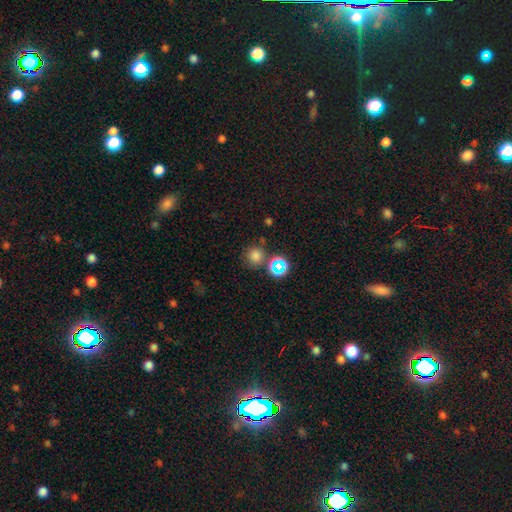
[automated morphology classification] Smooth or featured: smooth — 72% (star or artifact — 21%)
How rounded: round — 89% (in between — 10%)
Merging: none — 71% (merger — 13%)